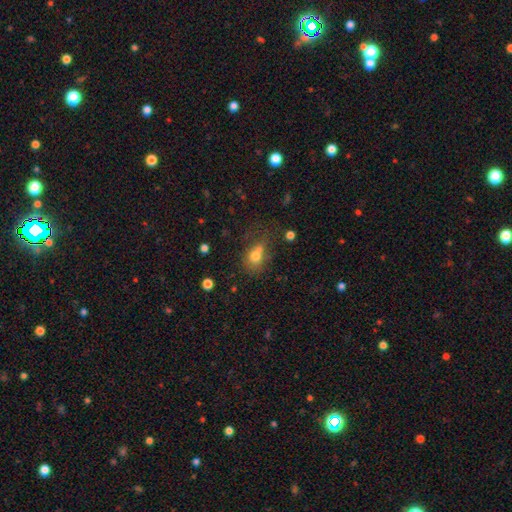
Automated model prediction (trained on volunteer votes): smooth-or-featured: smooth: 71% | featured or disk: 15% | star or artifact: 14%
  how-rounded: round: 51% | in between: 47% | cigar-shaped: 2%
  merging: merger: 37% | none: 33% | minor disturbance: 17% | major disturbance: 13%